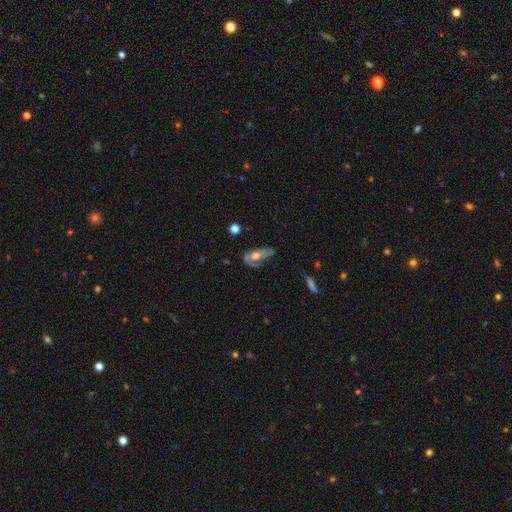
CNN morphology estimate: The model was most divided on "merging": none: 35%, major disturbance: 32%, minor disturbance: 27%, merger: 5%. More confident: edge-on disk — no (83%); smooth or featured — featured or disk (55%).